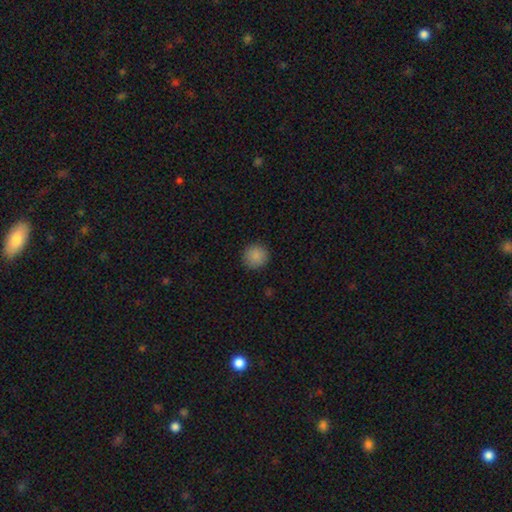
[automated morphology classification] smooth_or_featured: smooth (p=0.87) [alt: star or artifact p=0.09]
how_rounded: round (p=0.95) [alt: in between p=0.04]
merging: none (p=0.91) [alt: minor disturbance p=0.06]